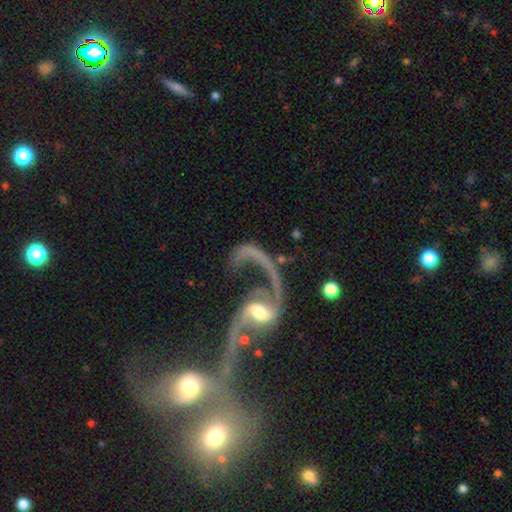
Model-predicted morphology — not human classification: The model was most divided on "merging": none: 35%, major disturbance: 28%, merger: 23%, minor disturbance: 14%. Remaining: edge-on disk — no (96%); spiral arms — yes (93%); smooth or featured — featured or disk (88%); spiral arm count — 2 (85%); spiral winding — loose (80%); bulge size — moderate (54%); bar — weak (39%).